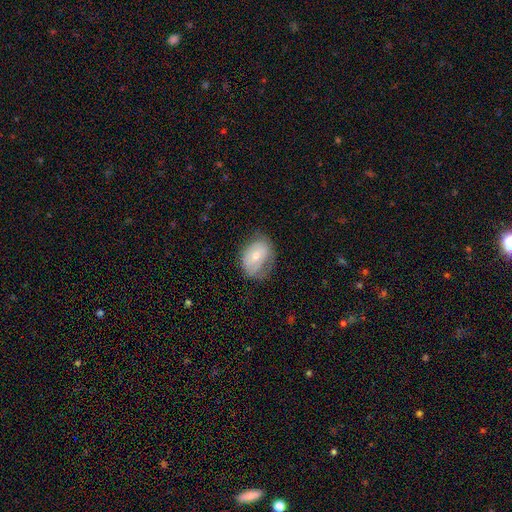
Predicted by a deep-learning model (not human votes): Smooth or featured? smooth (50%)
Merging? none (59%)